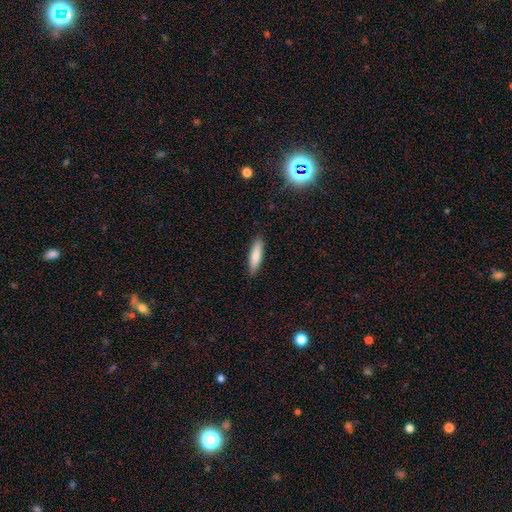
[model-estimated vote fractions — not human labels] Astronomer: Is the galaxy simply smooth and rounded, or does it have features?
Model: smooth — 80%.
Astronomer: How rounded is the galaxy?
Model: cigar-shaped — 68%.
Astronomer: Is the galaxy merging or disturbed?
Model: none — 89%.